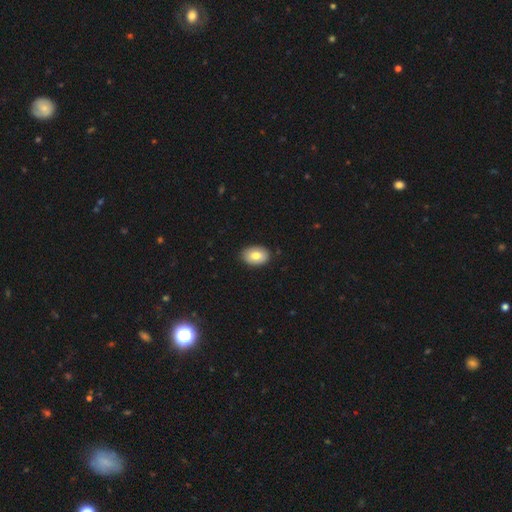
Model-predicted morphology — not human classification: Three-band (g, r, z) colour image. It shows a smooth galaxy with no disk features (78%) that is in between round and cigar-shaped (84%). Merging: none (88%).